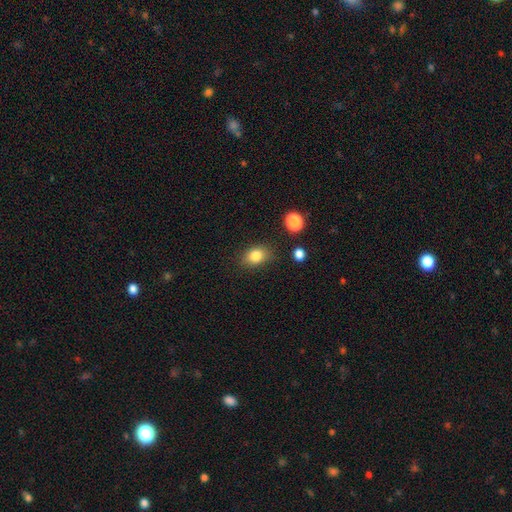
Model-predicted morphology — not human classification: The model was most divided on "how rounded": in between: 69%, round: 30%, cigar-shaped: 1%. More confident: smooth or featured — smooth (83%); merging — none (79%).